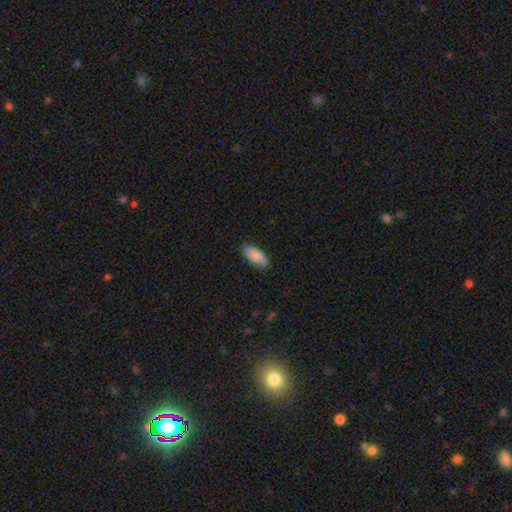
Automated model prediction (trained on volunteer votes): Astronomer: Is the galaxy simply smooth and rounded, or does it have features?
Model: smooth — 88%.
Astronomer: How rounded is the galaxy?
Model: in between — 85%.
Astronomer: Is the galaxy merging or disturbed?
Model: none — 89%.